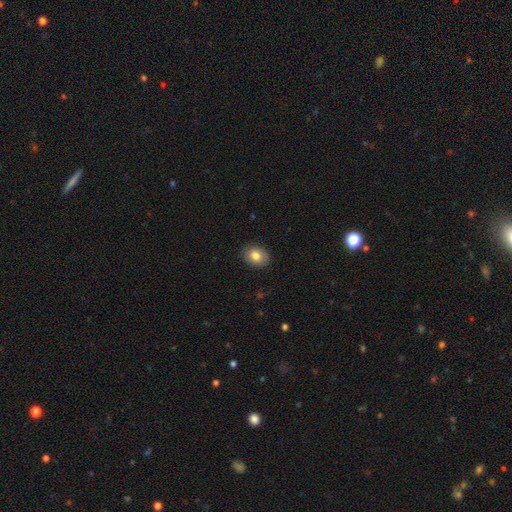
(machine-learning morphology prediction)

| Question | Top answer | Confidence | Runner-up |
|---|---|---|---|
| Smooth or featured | smooth | 82% | featured or disk (10%) |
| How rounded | in between | 61% | round (38%) |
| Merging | none | 87% | minor disturbance (10%) |